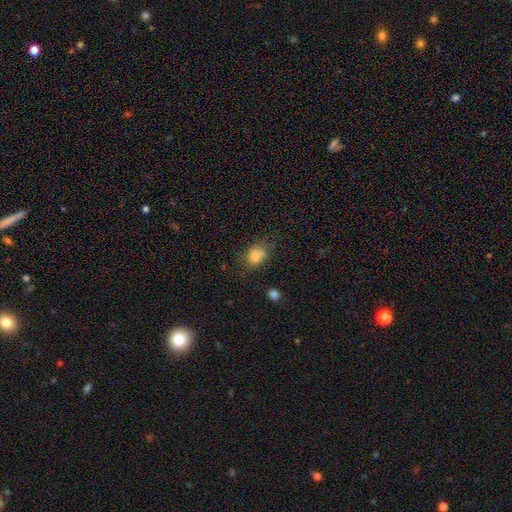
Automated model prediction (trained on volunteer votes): Smooth or featured? Predicted: smooth (p=0.78). How rounded? Predicted: round (p=0.62). Merging? Predicted: none (p=0.61).